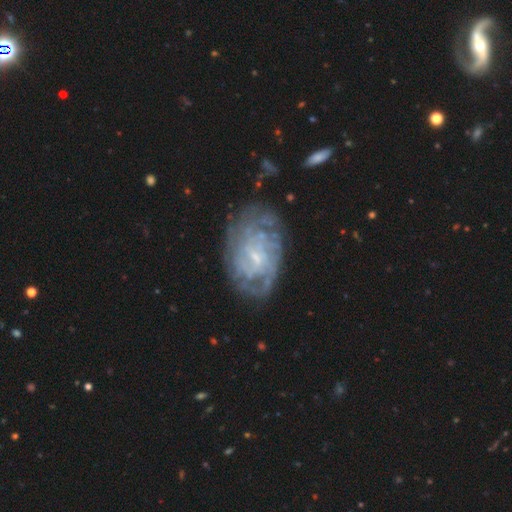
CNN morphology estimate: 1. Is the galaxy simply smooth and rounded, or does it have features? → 81% featured or disk, 12% smooth, 7% star or artifact.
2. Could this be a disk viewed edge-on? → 97% no, 3% yes.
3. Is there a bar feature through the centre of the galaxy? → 46% weak (tied), 46% no (tied), 9% strong.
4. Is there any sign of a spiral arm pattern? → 89% yes, 11% no.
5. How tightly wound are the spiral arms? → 66% tight, 26% medium, 8% loose.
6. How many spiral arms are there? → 51% can't tell, 14% 4, 11% 2, 10% 3, 8% more than 4, 5% 1.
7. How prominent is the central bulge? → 73% small, 16% moderate, 9% none, 1% large, 1% dominant.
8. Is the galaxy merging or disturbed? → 67% none, 21% minor disturbance, 10% major disturbance, 3% merger.